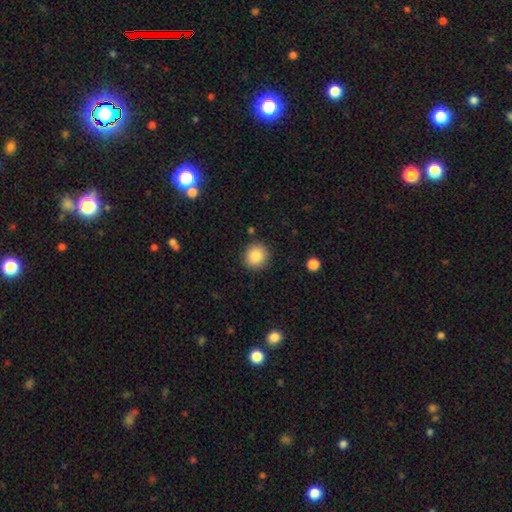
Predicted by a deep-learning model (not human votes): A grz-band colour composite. It shows a smooth galaxy with no disk features (85%) that is round (91%). Merging: none (89%).